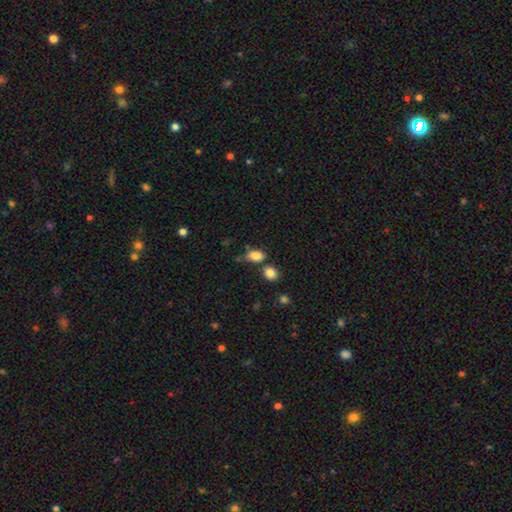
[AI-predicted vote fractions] smooth 84%, star or artifact 10%, featured or disk 6%. Down the decision tree: how rounded — in between (80%); merging — none (54%).